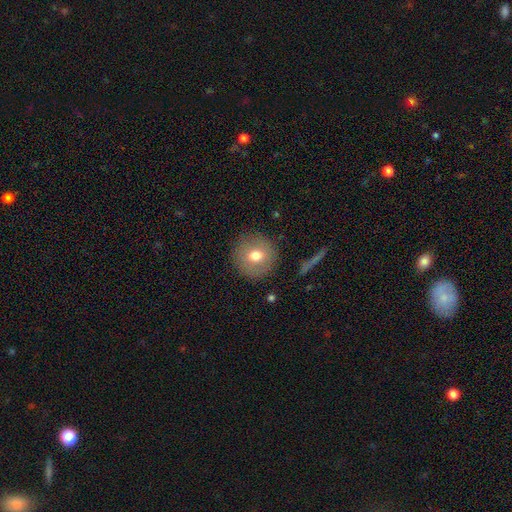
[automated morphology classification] smooth-or-featured: smooth: 70% | featured or disk: 21% | star or artifact: 9%
  how-rounded: round: 94% | in between: 5% | cigar-shaped: 1%
  merging: none: 88% | minor disturbance: 8% | major disturbance: 3% | merger: 1%